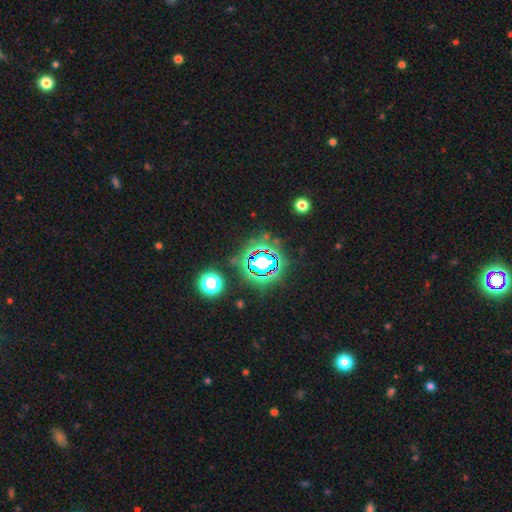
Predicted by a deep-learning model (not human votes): Smooth or featured: star or artifact — 82% (smooth — 11%)